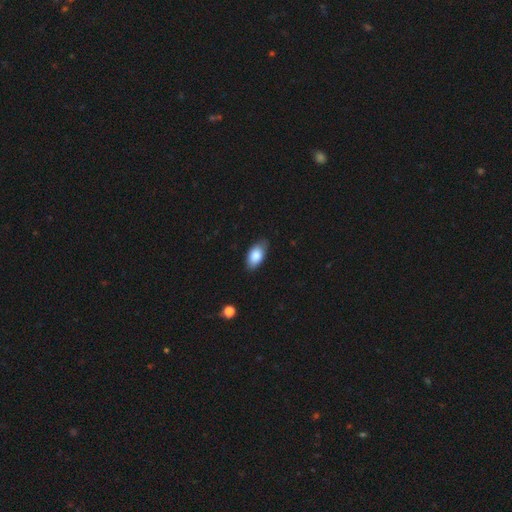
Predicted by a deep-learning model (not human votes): Smooth or featured? smooth (84%)
How rounded? in between (93%)
Merging? none (80%)